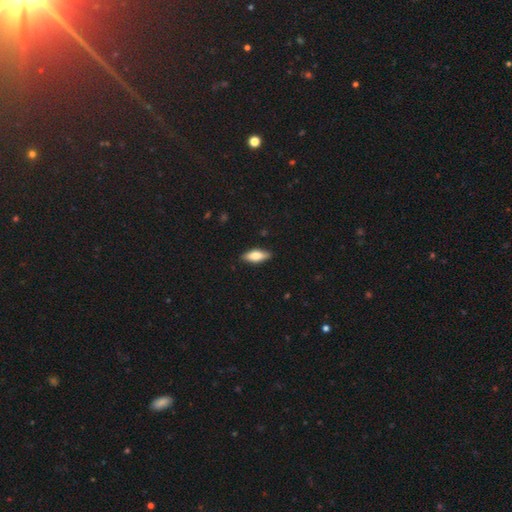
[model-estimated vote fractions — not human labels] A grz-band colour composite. It shows a smooth galaxy with no disk features (72%) that is in between round and cigar-shaped (70%). Merging: none (87%).